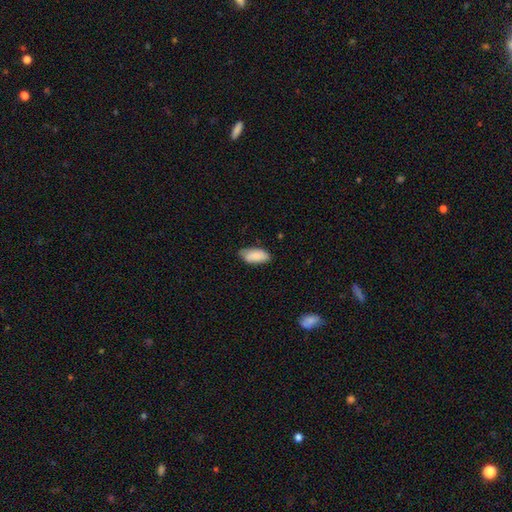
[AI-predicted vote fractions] A smooth galaxy with no disk features (85%) that is in between round and cigar-shaped (91%). Merging: none (69%).